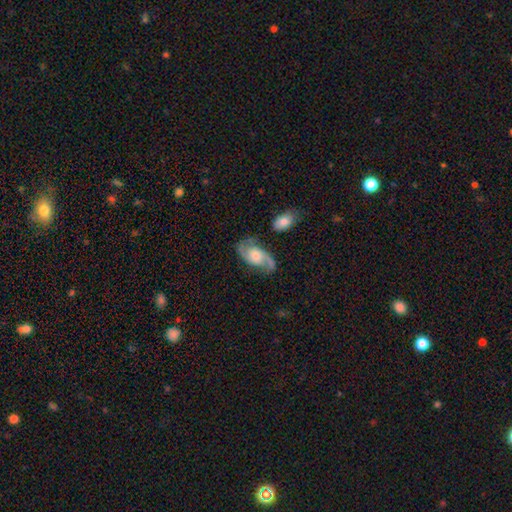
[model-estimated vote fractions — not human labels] A featured or disk galaxy (81%) with no bar (65%), 2 (90%) medium (49%) spiral arms (95%) and a moderate central bulge (40%). Merging: none (68%).